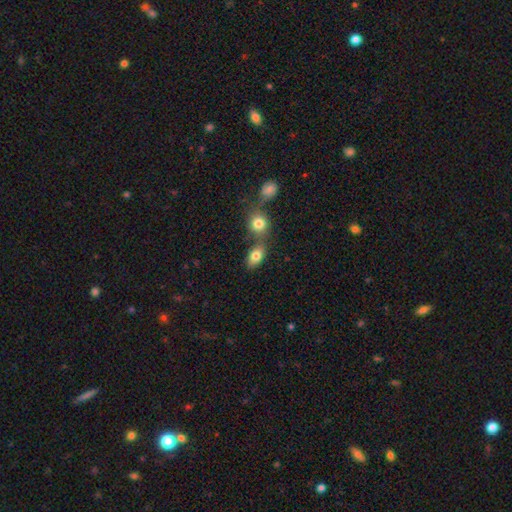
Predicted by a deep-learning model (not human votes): Smooth or featured? Predicted: smooth (p=0.81). How rounded? Predicted: in between (p=0.79). Merging? Predicted: none (p=0.51).